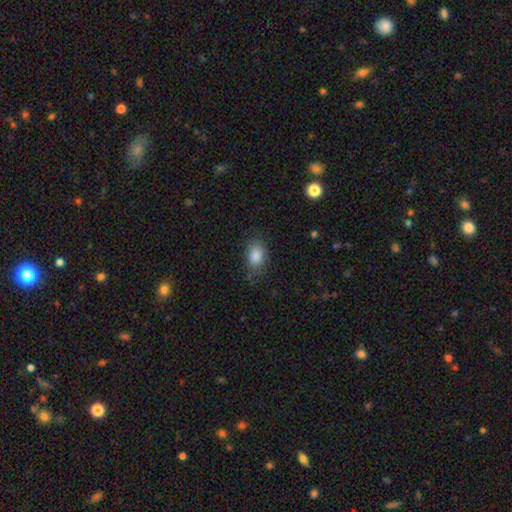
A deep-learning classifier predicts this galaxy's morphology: Overall: smooth (85%). How rounded: in between (85%). Merging: none (74%).